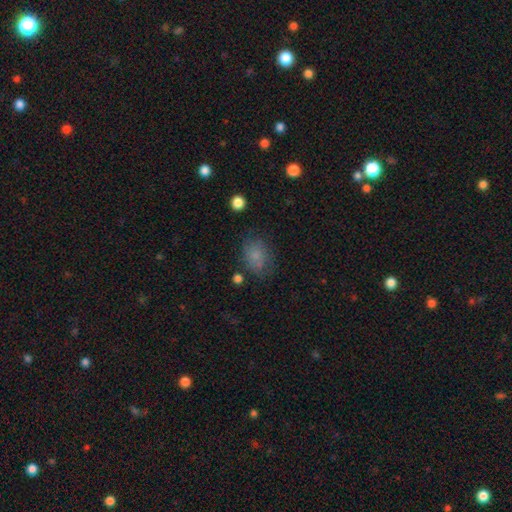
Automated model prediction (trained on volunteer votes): Overall: smooth (77%). How rounded: in between (65%; round 33%). Merging: none (67%).